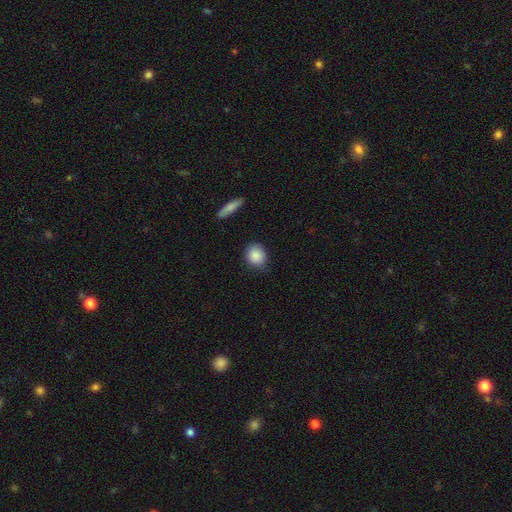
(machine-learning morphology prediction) A smooth galaxy with no disk features (88%) that is round (70%).

Vote fractions:
- Smooth or featured? smooth: 88% / star or artifact: 7% / featured or disk: 4%
- How rounded? round: 70% / in between: 28% / cigar-shaped: 2%
- Merging? none: 82% / minor disturbance: 14% / major disturbance: 3% / merger: 2%